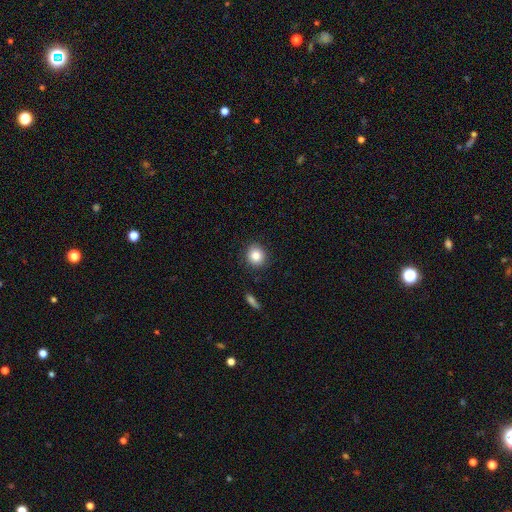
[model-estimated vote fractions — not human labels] Morphology: type=smooth (83%); roundness=round (85%); merging=none (89%).